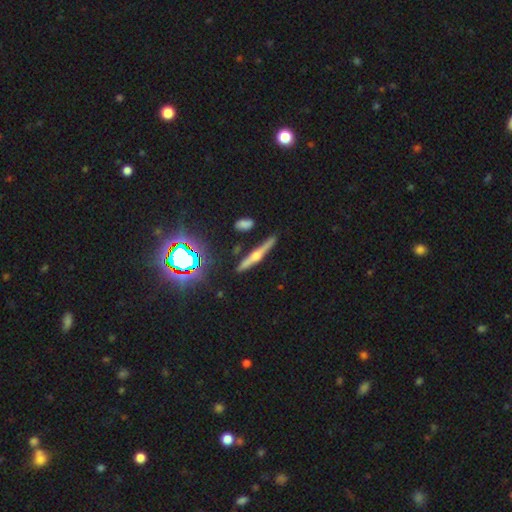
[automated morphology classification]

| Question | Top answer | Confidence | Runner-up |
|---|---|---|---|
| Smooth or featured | featured or disk | 64% | smooth (24%) |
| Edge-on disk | yes | 96% | no (4%) |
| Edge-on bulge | rounded | 89% | boxy (6%) |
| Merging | none | 85% | minor disturbance (10%) |